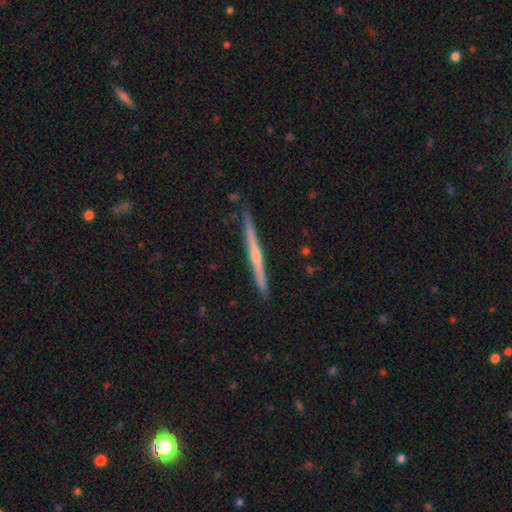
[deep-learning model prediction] This is likely a featured or disk galaxy (73%). It is clearly viewed edge-on (98%). Edge-on bulge: likely rounded (63%). Merging: clearly none (88%).